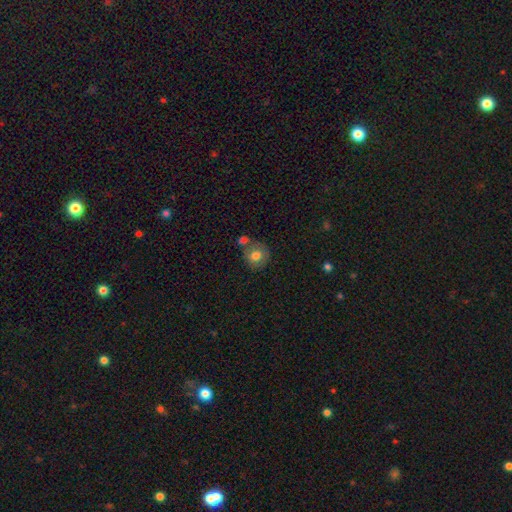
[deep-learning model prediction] Smooth or featured: smooth — 77% (featured or disk — 15%)
How rounded: round — 87% (in between — 12%)
Merging: none — 63% (merger — 20%)